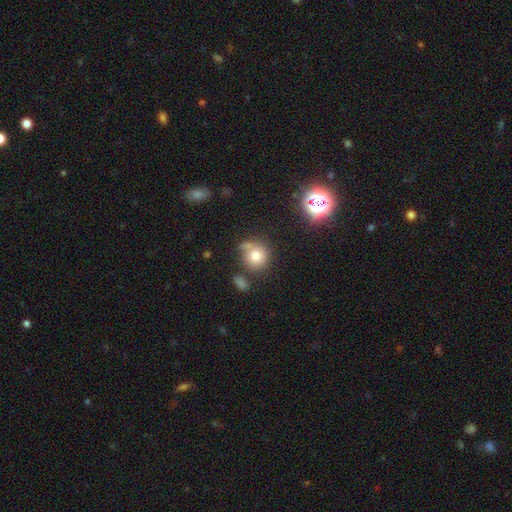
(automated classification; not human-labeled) smooth-or-featured: smooth: 74% | featured or disk: 13% | star or artifact: 13%
  how-rounded: round: 86% | in between: 13% | cigar-shaped: 1%
  merging: none: 59% | minor disturbance: 17% | merger: 16% | major disturbance: 8%